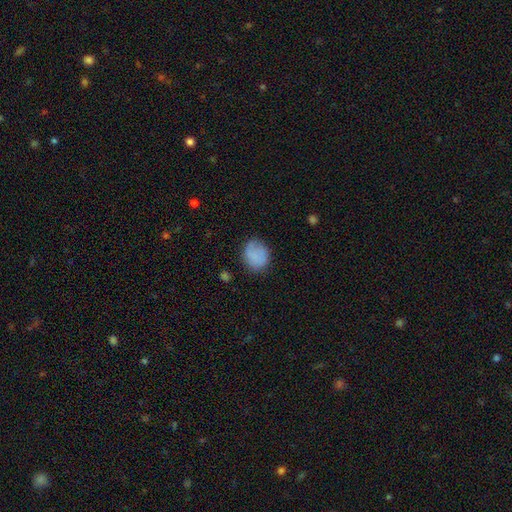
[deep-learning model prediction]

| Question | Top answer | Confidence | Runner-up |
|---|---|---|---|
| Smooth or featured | smooth | 79% | featured or disk (12%) |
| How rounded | round | 64% | in between (35%) |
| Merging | none | 68% | minor disturbance (22%) |